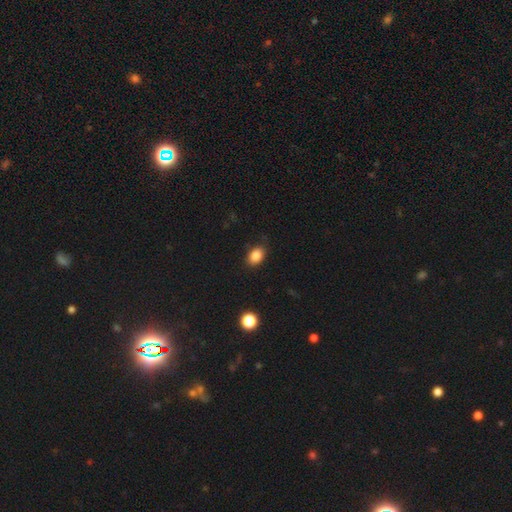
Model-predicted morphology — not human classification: smooth_or_featured: smooth (p=0.86) [alt: star or artifact p=0.09]
how_rounded: in between (p=0.78) [alt: round p=0.21]
merging: none (p=0.84) [alt: minor disturbance p=0.12]